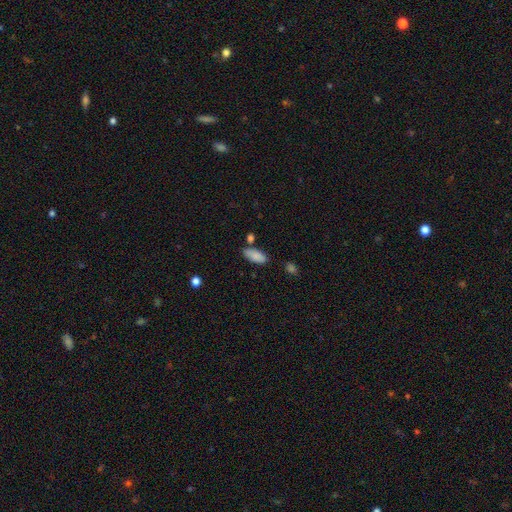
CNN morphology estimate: Smooth or featured? smooth (86%)
How rounded? in between (89%)
Merging? none (69%)